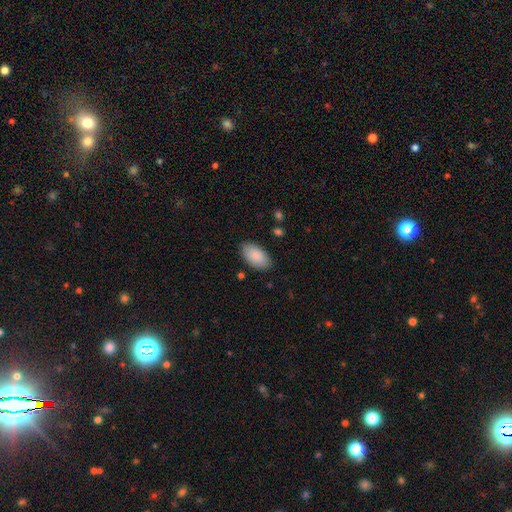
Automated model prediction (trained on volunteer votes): Smooth or featured? Predicted: smooth (p=0.89). How rounded? Predicted: in between (p=0.96). Merging? Predicted: none (p=0.85).